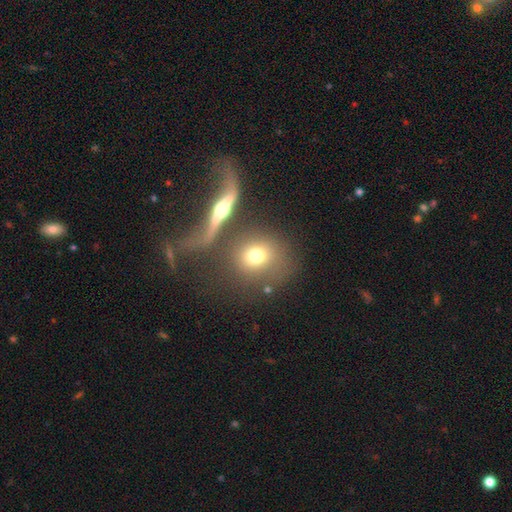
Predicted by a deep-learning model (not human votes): Smooth or featured? smooth (68%)
How rounded? round (76%)
Merging? none (57%)